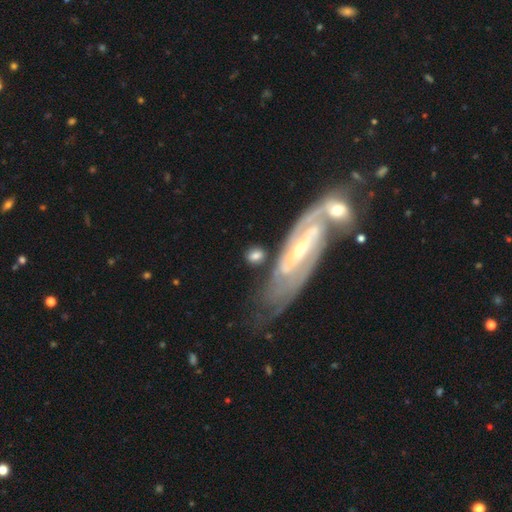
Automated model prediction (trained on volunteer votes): smooth 63%, featured or disk 31%, star or artifact 6%. Down the decision tree: how rounded — round (55%); merging — none (67%).